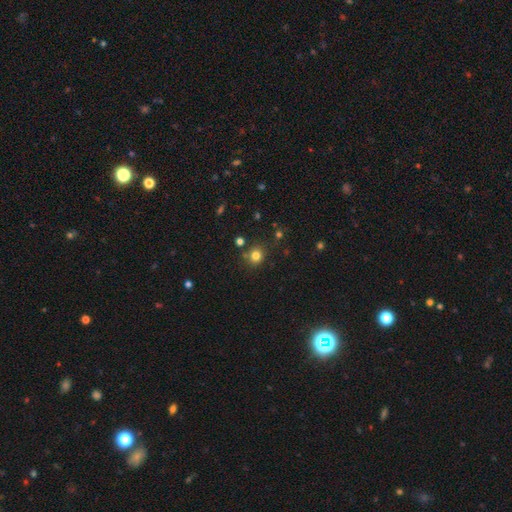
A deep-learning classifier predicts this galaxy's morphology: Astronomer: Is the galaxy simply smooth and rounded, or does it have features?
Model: smooth — 78%.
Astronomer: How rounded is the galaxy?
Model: round — 84%.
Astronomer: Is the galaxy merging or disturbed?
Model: none — 77%.